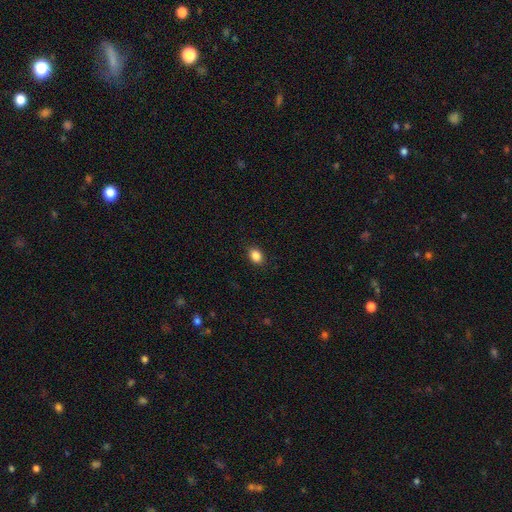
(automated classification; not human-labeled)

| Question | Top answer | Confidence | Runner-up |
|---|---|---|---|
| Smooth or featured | smooth | 86% | star or artifact (10%) |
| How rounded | in between | 63% | round (36%) |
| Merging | none | 88% | minor disturbance (9%) |